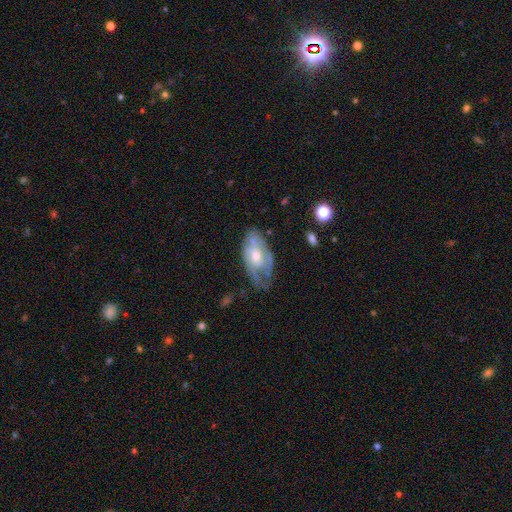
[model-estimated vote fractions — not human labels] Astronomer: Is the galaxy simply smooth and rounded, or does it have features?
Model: featured or disk — 65%.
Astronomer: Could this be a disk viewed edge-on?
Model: no — 92%.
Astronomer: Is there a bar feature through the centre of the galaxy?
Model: no — 69%.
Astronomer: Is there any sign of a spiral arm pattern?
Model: yes — 66%.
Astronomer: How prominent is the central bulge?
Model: moderate — 62%.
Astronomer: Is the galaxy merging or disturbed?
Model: none — 48% (runner-up: minor disturbance, 32%).